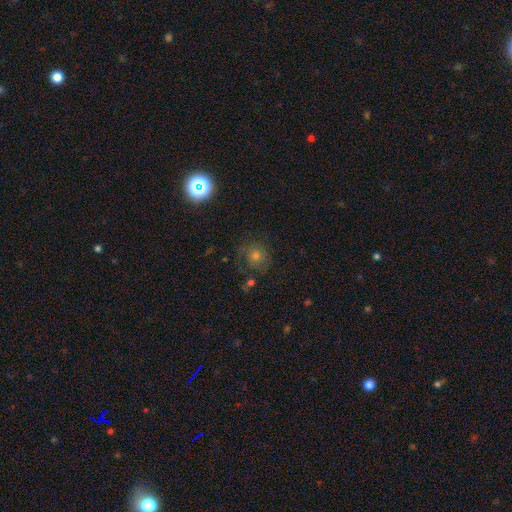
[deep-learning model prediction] Overall: smooth (44%; star or artifact 29%). Merging: none (75%).